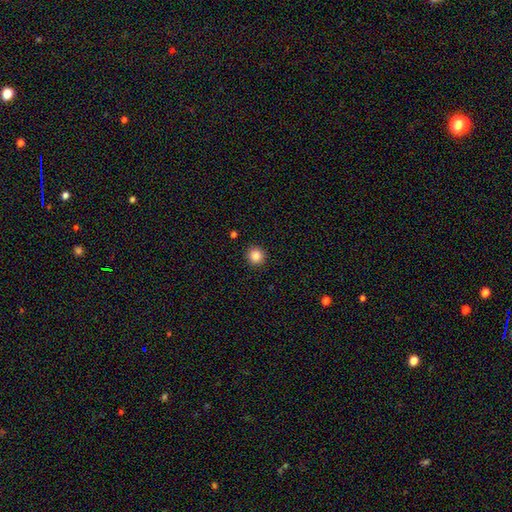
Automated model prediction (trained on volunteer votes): smooth-or-featured: smooth: 86% | star or artifact: 10% | featured or disk: 4%
  how-rounded: round: 94% | in between: 5% | cigar-shaped: 1%
  merging: none: 92% | minor disturbance: 5% | major disturbance: 2% | merger: 1%